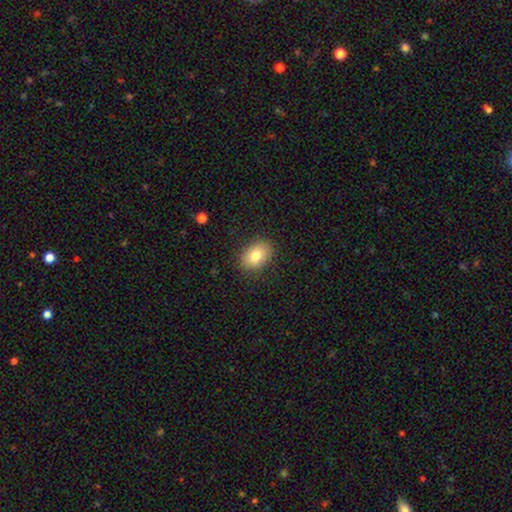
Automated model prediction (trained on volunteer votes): This appears to be a smooth galaxy with no disk features (80%) that is in between round and cigar-shaped (76%). Merging: none (86%).